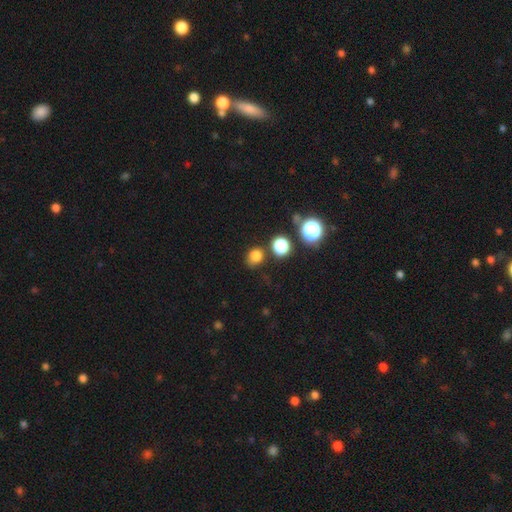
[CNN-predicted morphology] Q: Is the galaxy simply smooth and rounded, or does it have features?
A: smooth — 78%.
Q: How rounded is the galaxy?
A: round — 75%.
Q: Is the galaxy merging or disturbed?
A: none — 73%.